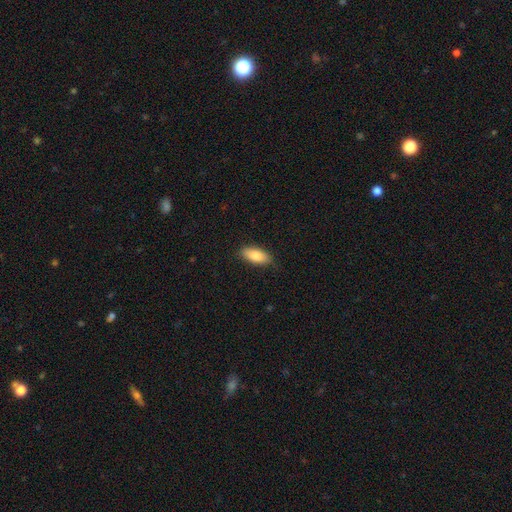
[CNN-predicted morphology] Smooth or featured? Predicted: smooth (p=0.85). How rounded? Predicted: in between (p=0.85). Merging? Predicted: none (p=0.84).